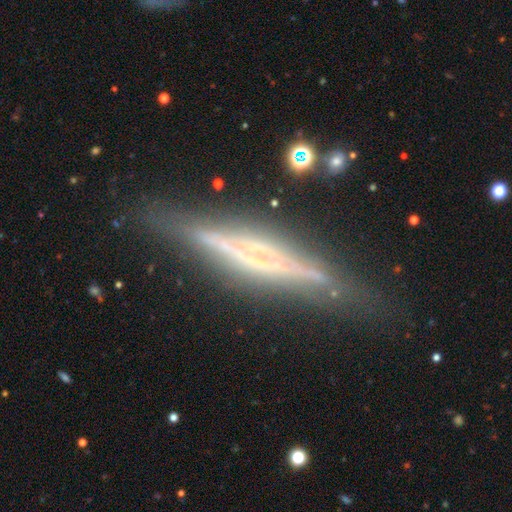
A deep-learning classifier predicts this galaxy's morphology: Smooth or featured: featured or disk — 81% (smooth — 11%)
Edge-on disk: yes — 97% (no — 3%)
Edge-on bulge: none — 43% (boxy — 30%)
Merging: none — 83% (minor disturbance — 12%)